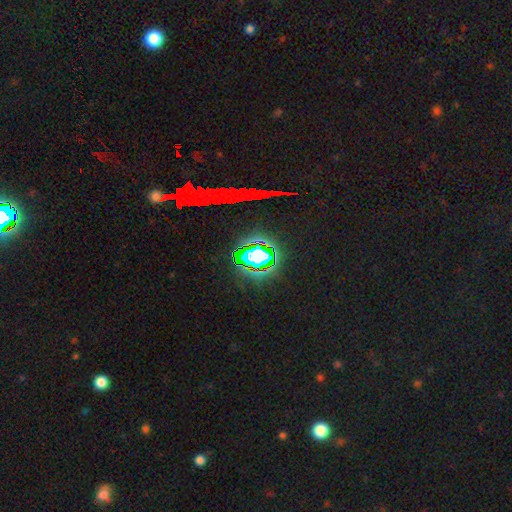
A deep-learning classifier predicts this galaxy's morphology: Smooth or featured: star or artifact — 65% (smooth — 18%)